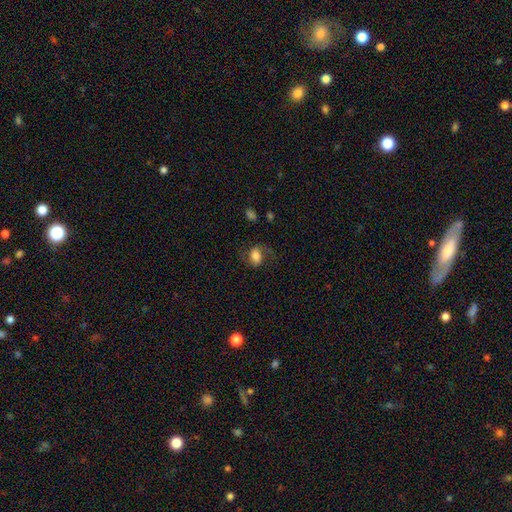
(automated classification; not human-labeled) Smooth or featured? smooth (59%)
How rounded? in between (73%)
Merging? none (63%)